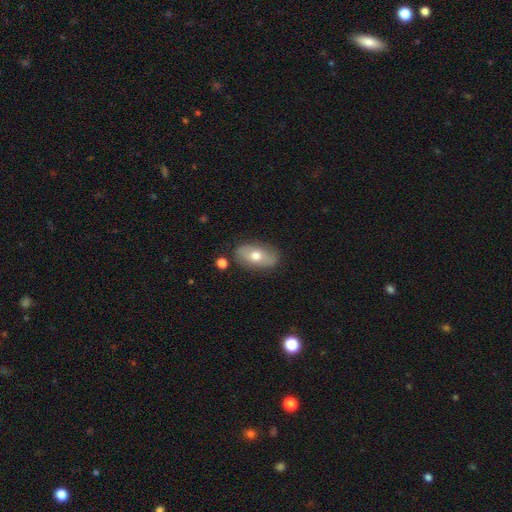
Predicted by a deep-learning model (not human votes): The model was most divided on "smooth or featured": smooth: 62%, featured or disk: 32%, star or artifact: 7%. More confident: how rounded — in between (91%); merging — none (82%).